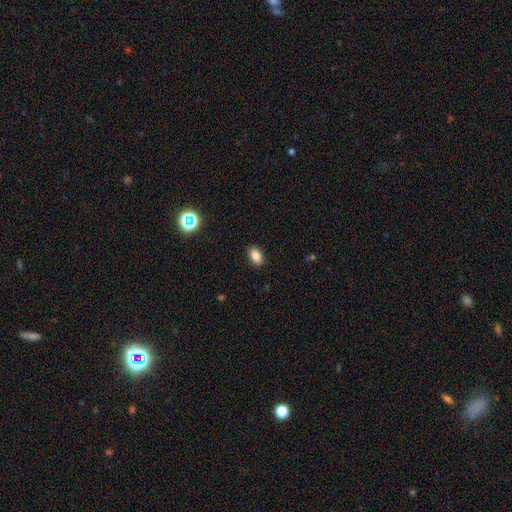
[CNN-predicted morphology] smooth 85%, star or artifact 10%, featured or disk 5%. Down the decision tree: how rounded — in between (89%); merging — none (89%).